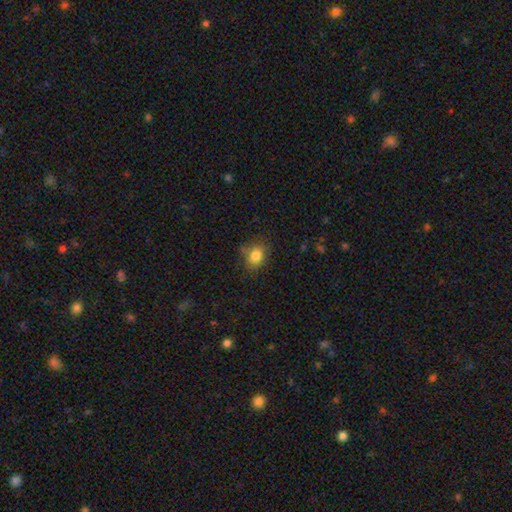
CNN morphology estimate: A smooth galaxy with no disk features (83%) that is in between round and cigar-shaped (53%).

Vote fractions:
- Smooth or featured? smooth: 83% / star or artifact: 10% / featured or disk: 7%
- How rounded? in between: 53% / round: 46% / cigar-shaped: 1%
- Merging? none: 76% / minor disturbance: 17% / major disturbance: 4% / merger: 2%